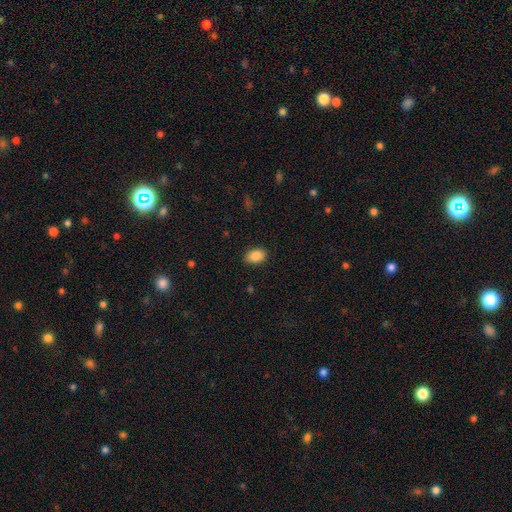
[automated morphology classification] Smooth or featured? Predicted: smooth (p=0.88). How rounded? Predicted: in between (p=0.83). Merging? Predicted: none (p=0.87).